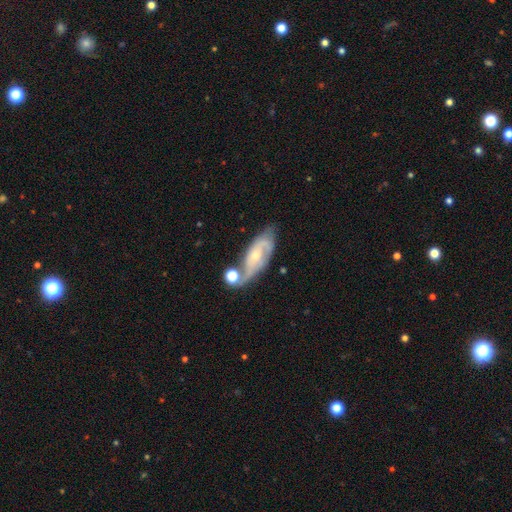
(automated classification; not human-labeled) The model was most divided on "spiral winding": medium: 45%, tight: 34%, loose: 21%. More confident: edge-on disk — no (89%); spiral arms — yes (89%); smooth or featured — featured or disk (73%); spiral arm count — 2 (67%); bar — no (60%); bulge size — small (53%); merging — none (50%).